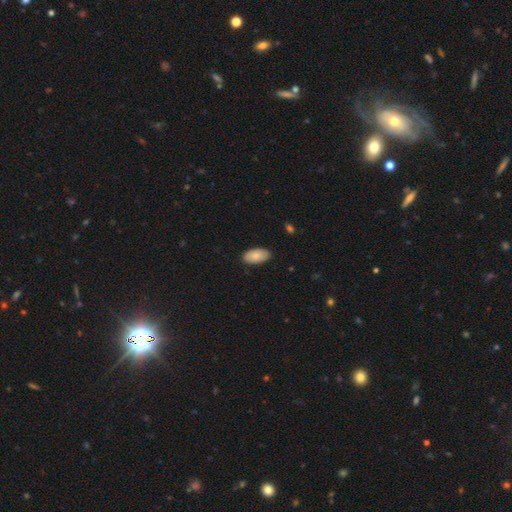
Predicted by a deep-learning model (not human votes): A smooth galaxy with no disk features (83%) that is in between round and cigar-shaped (95%).

Vote fractions:
- Smooth or featured? smooth: 83% / featured or disk: 11% / star or artifact: 6%
- How rounded? in between: 95% / round: 3% / cigar-shaped: 2%
- Merging? none: 87% / minor disturbance: 10% / major disturbance: 2% / merger: 1%